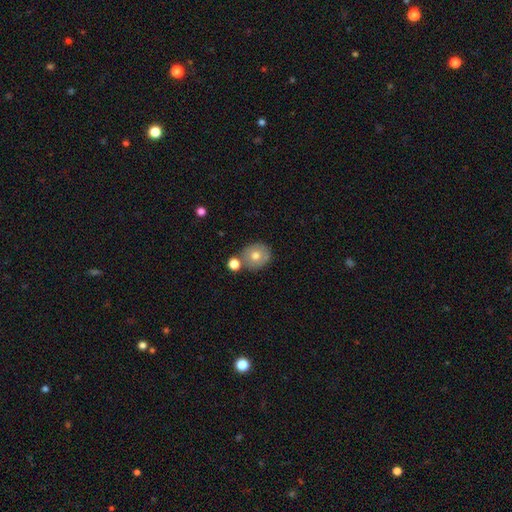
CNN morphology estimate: Smooth or featured? smooth (72%)
How rounded? round (77%)
Merging? none (67%)